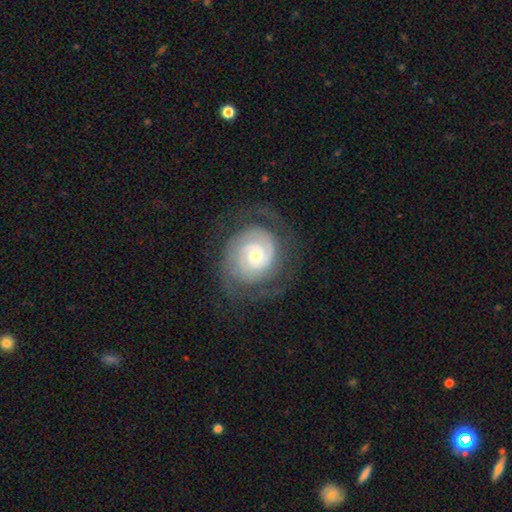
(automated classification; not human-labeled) Smooth or featured? Predicted: featured or disk (p=0.86). Edge-on disk? Predicted: no (p=0.98). Bar? Predicted: no (p=0.72). Spiral arms? Predicted: yes (p=0.97). Spiral winding? Predicted: tight (p=0.75). Spiral arm count? Predicted: 2 (p=0.49). Bulge size? Predicted: small (p=0.64). Merging? Predicted: none (p=0.73).